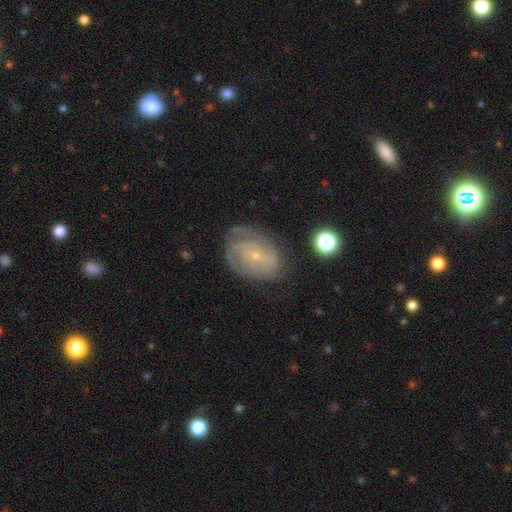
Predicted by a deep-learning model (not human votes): Smooth or featured? Predicted: featured or disk (p=0.78). Edge-on disk? Predicted: no (p=0.97). Bar? Predicted: no (p=0.62). Spiral arms? Predicted: yes (p=0.91). Spiral winding? Predicted: tight (p=0.68). Spiral arm count? Predicted: can't tell (p=0.39). Bulge size? Predicted: small (p=0.81). Merging? Predicted: none (p=0.67).